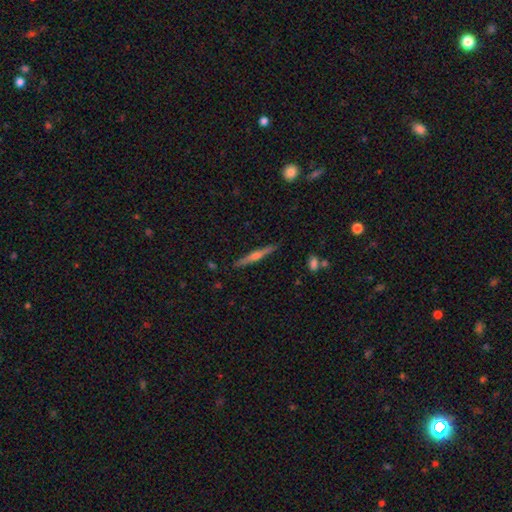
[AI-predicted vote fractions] The model was most divided on "smooth or featured": featured or disk: 72%, smooth: 21%, star or artifact: 6%. More confident: edge-on disk — yes (98%); merging — none (90%); edge-on bulge — rounded (87%).